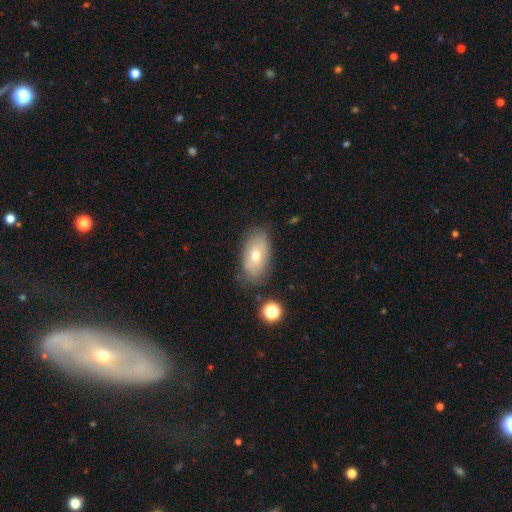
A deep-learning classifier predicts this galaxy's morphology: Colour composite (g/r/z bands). It shows a smooth galaxy with no disk features (66%) that is in between round and cigar-shaped (91%). Merging: none (76%).